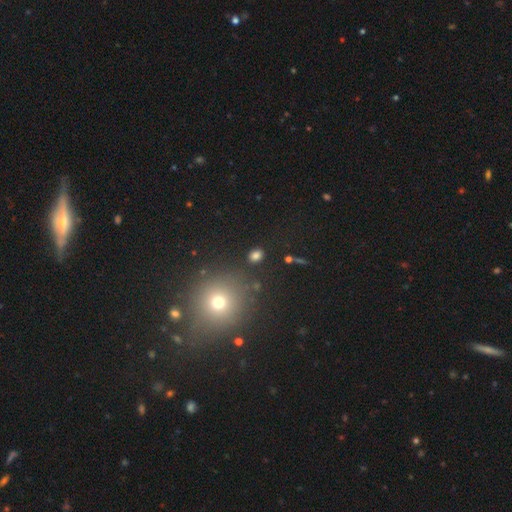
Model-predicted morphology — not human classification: This is likely a smooth galaxy (78%). How rounded: possibly in between (50%). Merging: clearly none (86%).